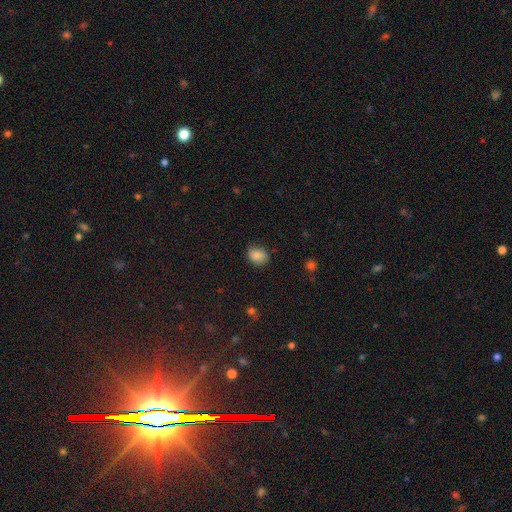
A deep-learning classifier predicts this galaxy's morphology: A smooth galaxy with no disk features (85%) that is in between round and cigar-shaped (50%). Merging: none (78%).